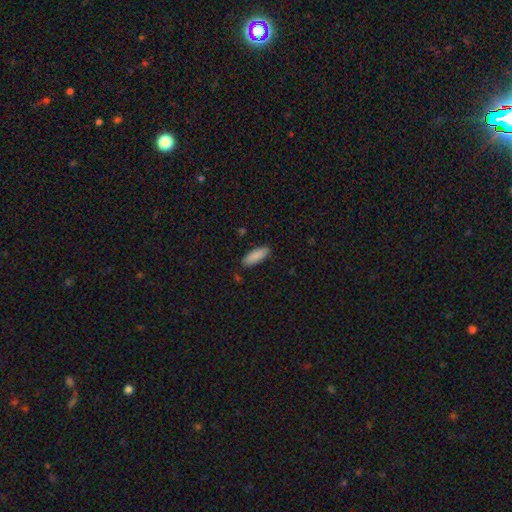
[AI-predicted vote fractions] Smooth or featured? Predicted: smooth (p=0.89). How rounded? Predicted: in between (p=0.73). Merging? Predicted: none (p=0.86).